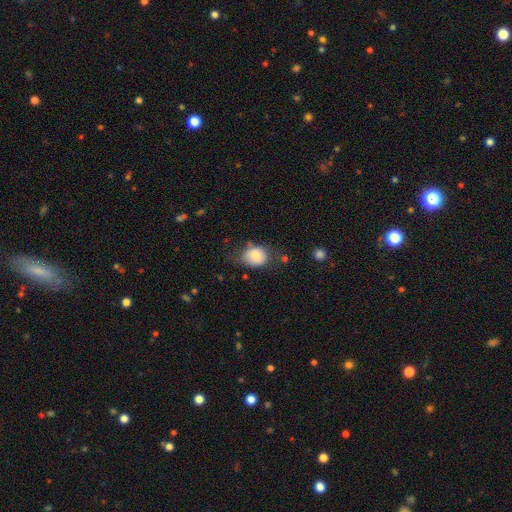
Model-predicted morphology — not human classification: smooth 78%, featured or disk 13%, star or artifact 8%. Down the decision tree: how rounded — round (51%); merging — none (57%).